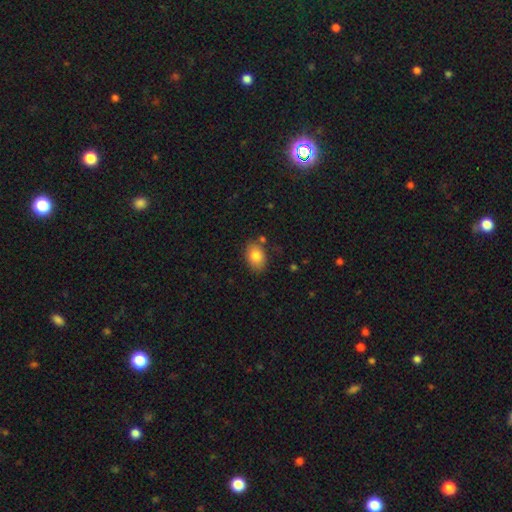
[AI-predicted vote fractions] This appears to be a smooth galaxy with no disk features (83%) that is in between round and cigar-shaped (81%). Merging: none (78%).